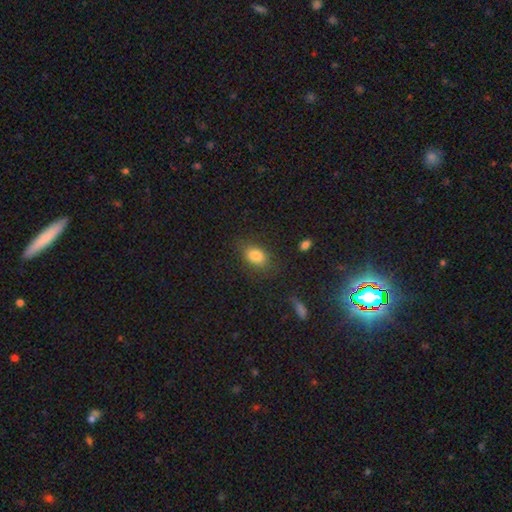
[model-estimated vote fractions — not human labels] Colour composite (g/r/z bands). It shows a smooth galaxy with no disk features (82%) that is in between round and cigar-shaped (80%). Merging: none (77%).